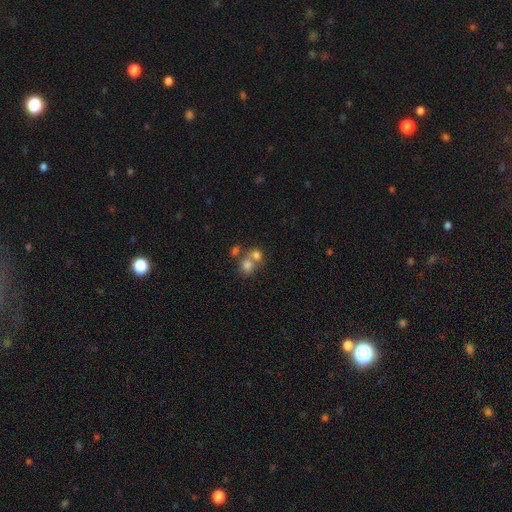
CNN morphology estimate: The model was most divided on "merging": merger: 54%, none: 36%, minor disturbance: 7%, major disturbance: 4%. More confident: how rounded — round (73%); smooth or featured — smooth (72%).